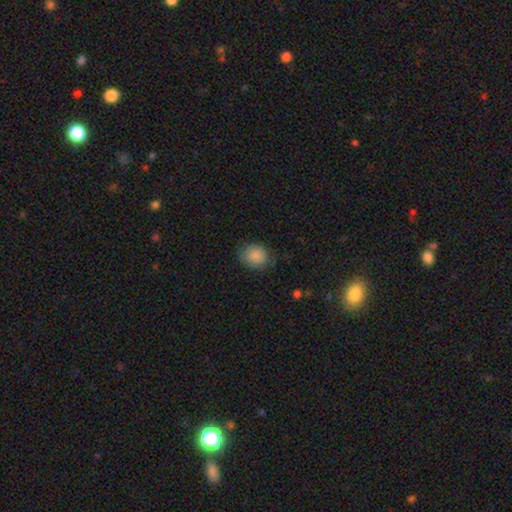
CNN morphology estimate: Smooth or featured?
  - smooth: 87% *
  - star or artifact: 8%
  - featured or disk: 6%
How rounded?
  - round: 63% *
  - in between: 36%
  - cigar-shaped: 1%
Merging?
  - none: 76% *
  - minor disturbance: 18%
  - major disturbance: 5%
  - merger: 1%